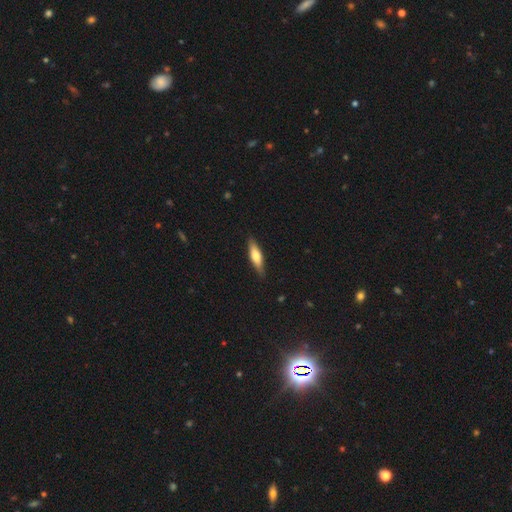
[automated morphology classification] Smooth or featured?
  - smooth: 60% *
  - featured or disk: 34%
  - star or artifact: 6%
How rounded?
  - cigar-shaped: 65% *
  - in between: 33%
  - round: 2%
Merging?
  - none: 86% *
  - minor disturbance: 11%
  - major disturbance: 2%
  - merger: 1%